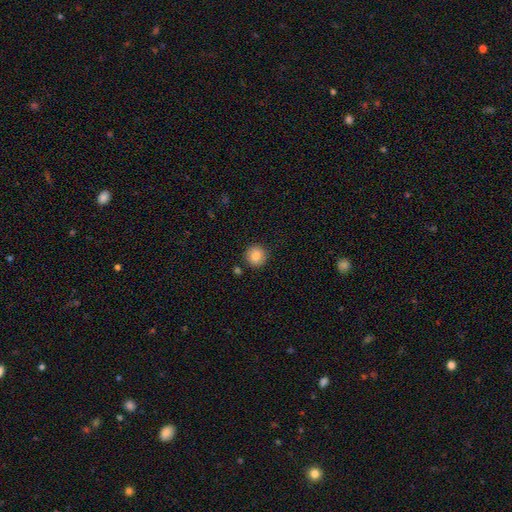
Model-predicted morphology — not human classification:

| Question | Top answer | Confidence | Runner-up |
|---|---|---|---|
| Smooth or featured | smooth | 85% | star or artifact (9%) |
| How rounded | round | 93% | in between (6%) |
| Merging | none | 89% | minor disturbance (7%) |